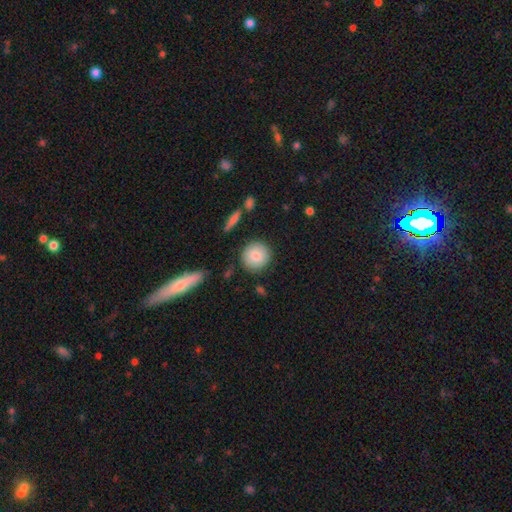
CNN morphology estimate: Overall: smooth (85%). How rounded: round (92%). Merging: none (87%).